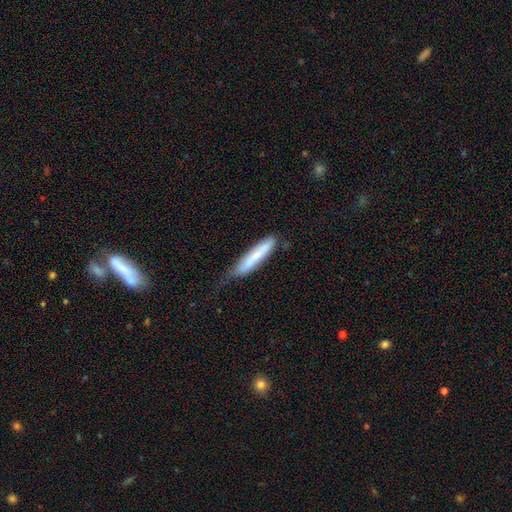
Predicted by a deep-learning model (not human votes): smooth-or-featured: smooth: 64% | featured or disk: 30% | star or artifact: 6%
  how-rounded: cigar-shaped: 89% | in between: 10% | round: 1%
  merging: none: 52% | minor disturbance: 35% | major disturbance: 10% | merger: 3%